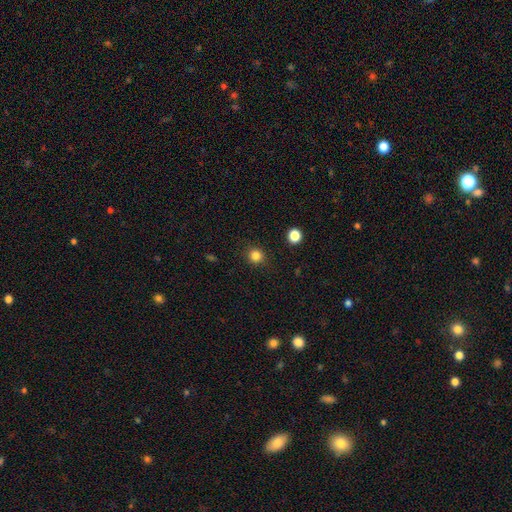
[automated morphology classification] smooth 83%, star or artifact 13%, featured or disk 4%. Down the decision tree: how rounded — round (92%); merging — none (90%).